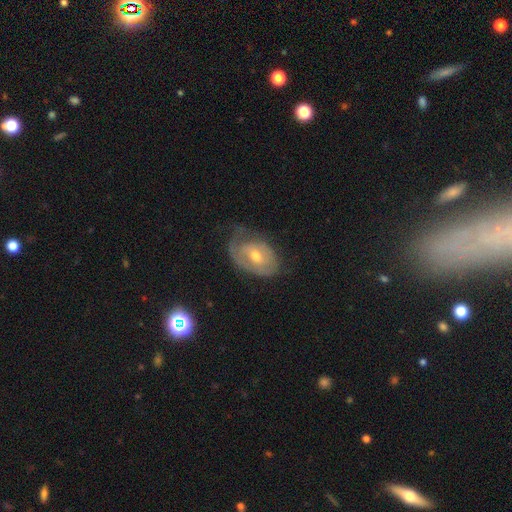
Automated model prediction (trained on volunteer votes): Morphology: type=featured or disk (61%); edge-on=no (93%); bar=no (54%); spiral arms=yes (62%); bulge=moderate (64%); merging=none (43%).